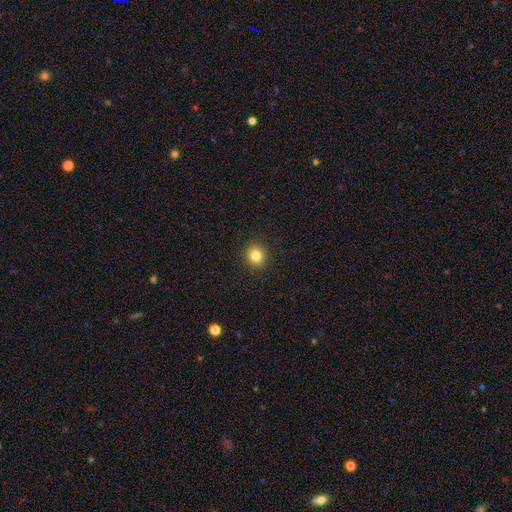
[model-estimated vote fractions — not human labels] smooth 82%, star or artifact 12%, featured or disk 7%. Down the decision tree: how rounded — round (81%); merging — none (91%).